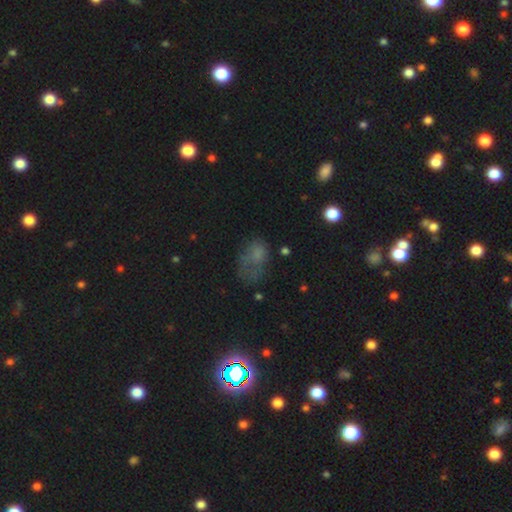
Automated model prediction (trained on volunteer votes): Morphology: type=smooth (58%); roundness=in between (78%); merging=major disturbance (39%).